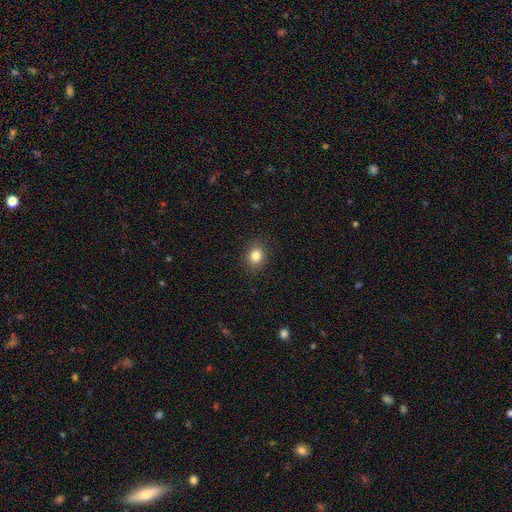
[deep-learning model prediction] Smooth or featured: smooth — 83% (star or artifact — 11%)
How rounded: round — 59% (in between — 40%)
Merging: none — 89% (minor disturbance — 8%)